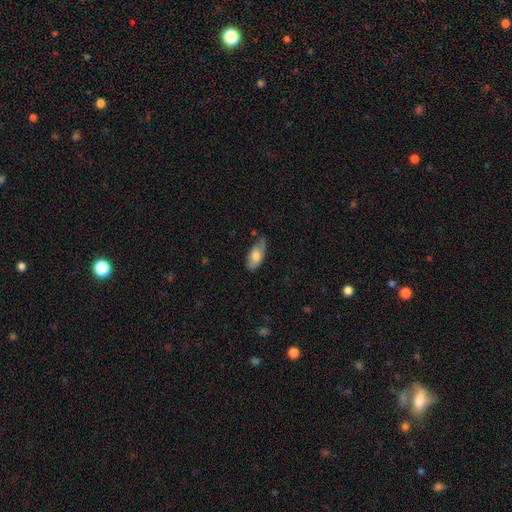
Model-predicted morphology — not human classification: Q: Smooth or featured?
A: smooth (68%); runner-up: featured or disk (26%)
Q: How rounded?
A: in between (87%); runner-up: cigar-shaped (10%)
Q: Merging?
A: none (54%); runner-up: minor disturbance (34%)